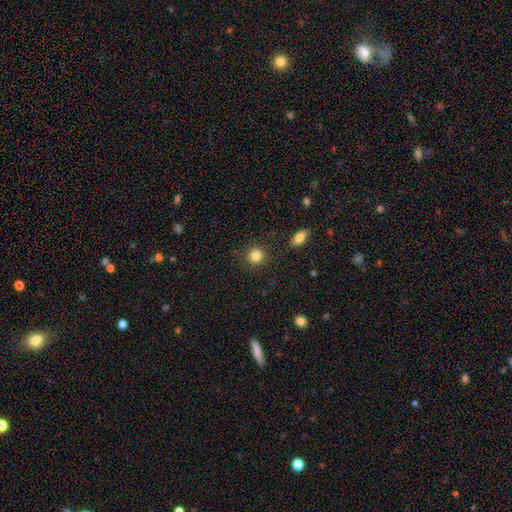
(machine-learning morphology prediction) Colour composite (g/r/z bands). It shows a smooth galaxy with no disk features (84%) that is round (89%). Merging: none (90%).